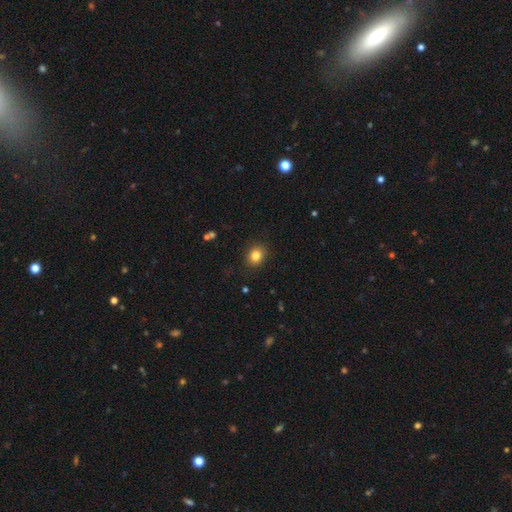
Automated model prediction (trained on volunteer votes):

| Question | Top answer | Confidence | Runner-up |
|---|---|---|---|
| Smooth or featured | smooth | 83% | star or artifact (11%) |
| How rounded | round | 65% | in between (34%) |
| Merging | none | 87% | minor disturbance (9%) |